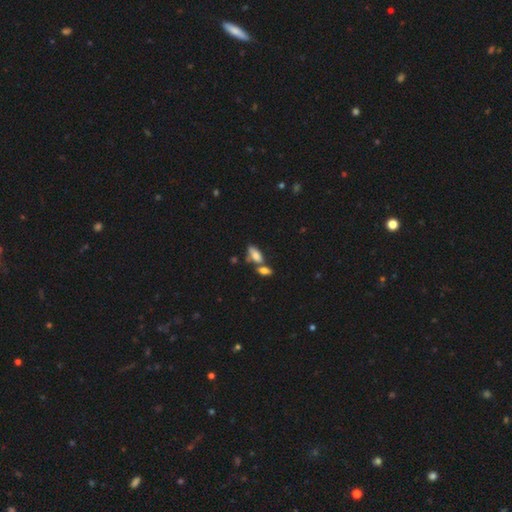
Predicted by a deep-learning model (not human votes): A smooth galaxy with no disk features (74%) that is in between round and cigar-shaped (86%). Merging: none (43%).